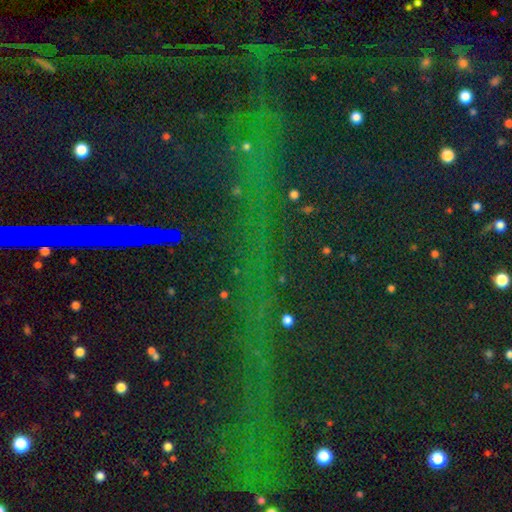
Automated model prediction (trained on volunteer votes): A star or artifact, not a galaxy (79%).

Vote fractions:
- Smooth or featured? star or artifact: 79% / smooth: 11% / featured or disk: 10%